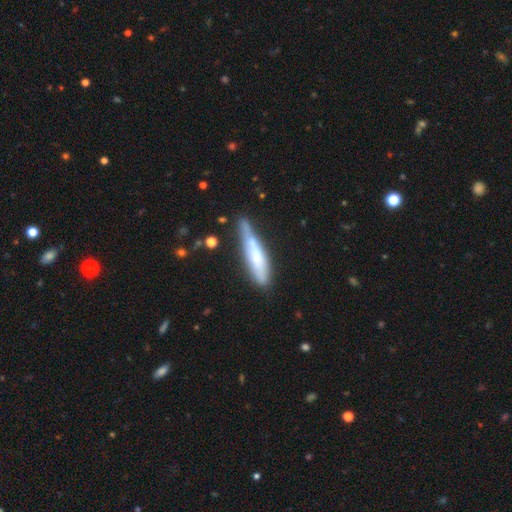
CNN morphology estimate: Smooth or featured: smooth — 55% (featured or disk — 38%)
How rounded: cigar-shaped — 86% (in between — 13%)
Merging: none — 62% (minor disturbance — 27%)